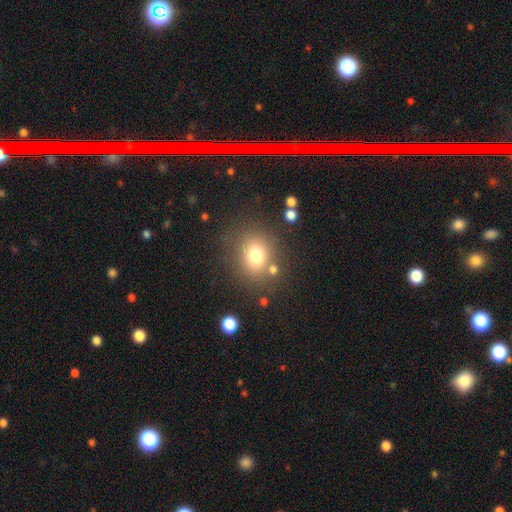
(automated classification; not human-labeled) Smooth or featured?
  - smooth: 75% *
  - star or artifact: 14%
  - featured or disk: 11%
How rounded?
  - round: 71% *
  - in between: 28%
  - cigar-shaped: 1%
Merging?
  - none: 74% *
  - minor disturbance: 12%
  - merger: 8%
  - major disturbance: 6%